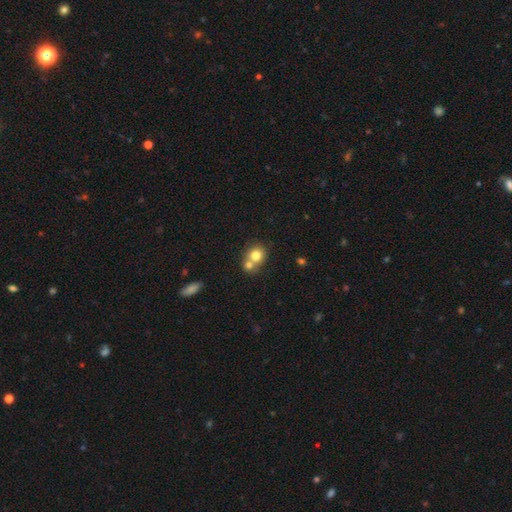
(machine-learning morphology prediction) smooth-or-featured: smooth: 77% | featured or disk: 13% | star or artifact: 10%
  how-rounded: round: 78% | in between: 21% | cigar-shaped: 1%
  merging: merger: 53% | none: 38% | minor disturbance: 7% | major disturbance: 3%